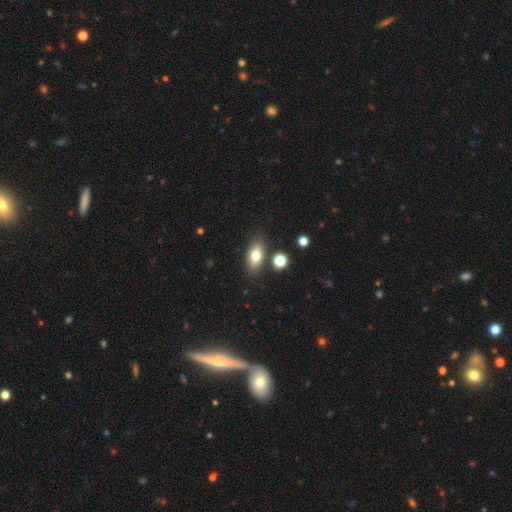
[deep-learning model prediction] Smooth or featured?
  - smooth: 77% *
  - featured or disk: 14%
  - star or artifact: 9%
How rounded?
  - in between: 85% *
  - round: 8%
  - cigar-shaped: 7%
Merging?
  - none: 80% *
  - minor disturbance: 11%
  - merger: 6%
  - major disturbance: 3%